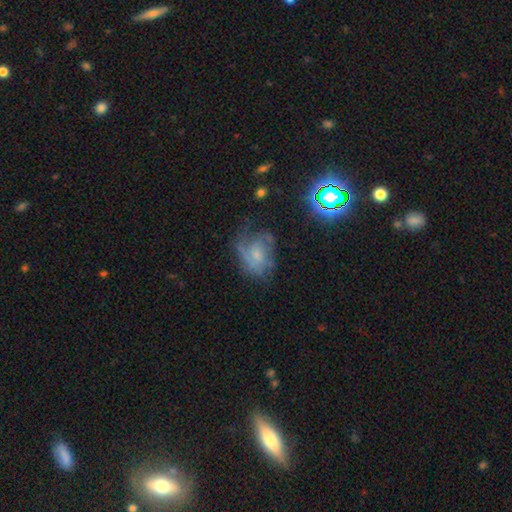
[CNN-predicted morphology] A featured or disk galaxy (61%) with no bar (71%), spiral arms (79%) and a small central bulge (51%). Merging: none (49%).